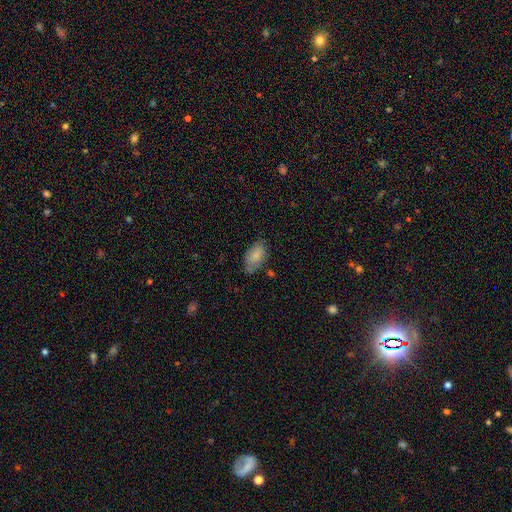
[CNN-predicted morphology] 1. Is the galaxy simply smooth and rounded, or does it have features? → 77% smooth, 16% featured or disk, 7% star or artifact.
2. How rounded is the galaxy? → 93% in between, 4% round, 3% cigar-shaped.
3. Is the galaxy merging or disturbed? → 66% none, 25% minor disturbance, 5% major disturbance, 3% merger.